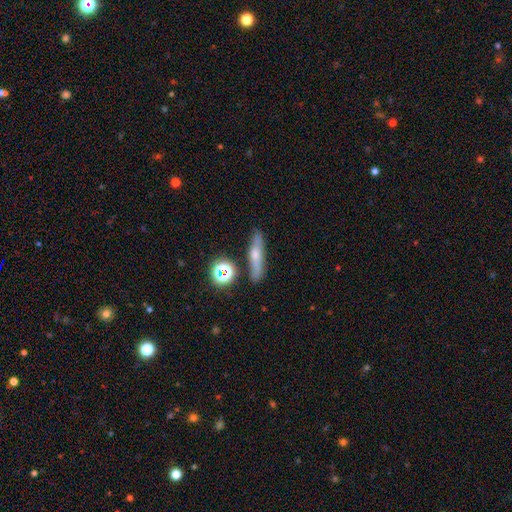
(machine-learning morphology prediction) Overall: smooth (49%; featured or disk 39%). Merging: none (82%).